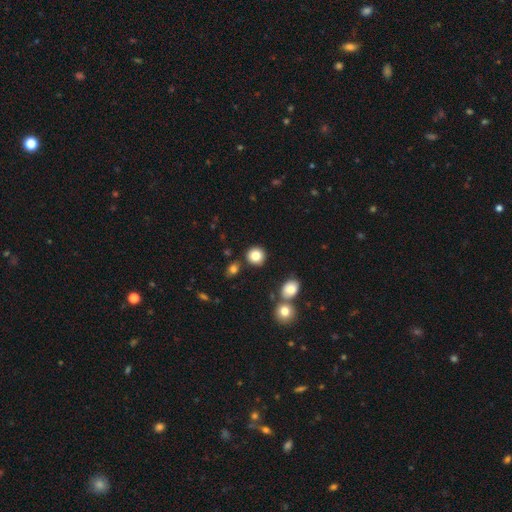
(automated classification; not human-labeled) A smooth galaxy with no disk features (84%) that is round (89%). Merging: none (86%).